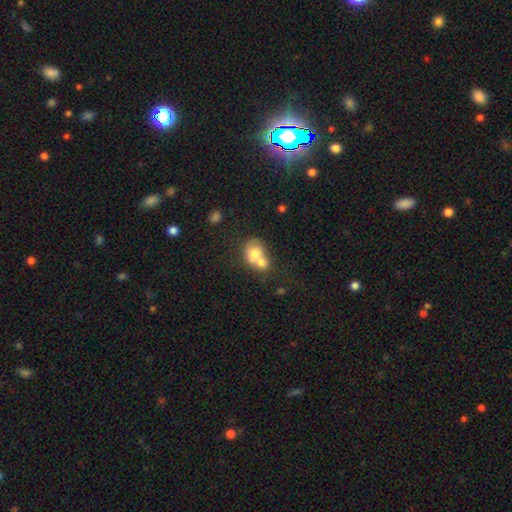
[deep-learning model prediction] A smooth galaxy with no disk features (69%) that is round (51%). Merging: merger (69%).